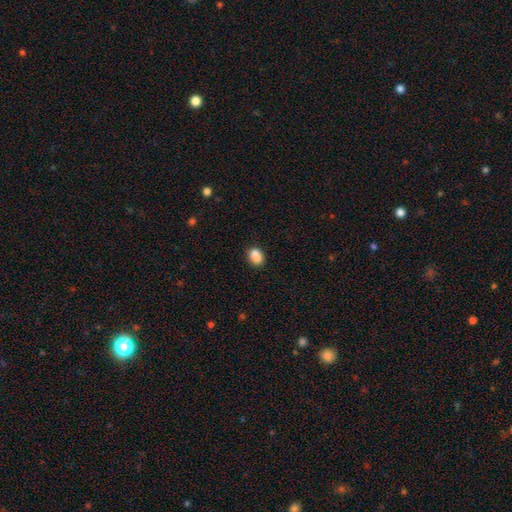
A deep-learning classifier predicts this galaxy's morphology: smooth-or-featured: smooth: 83% | star or artifact: 9% | featured or disk: 8%
  how-rounded: in between: 65% | round: 33% | cigar-shaped: 1%
  merging: none: 63% | merger: 17% | minor disturbance: 15% | major disturbance: 4%